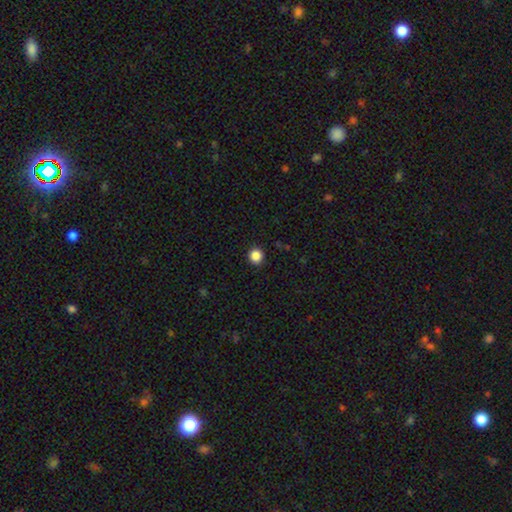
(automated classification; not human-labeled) A smooth galaxy with no disk features (87%) that is round (92%).

Vote fractions:
- Smooth or featured? smooth: 87% / star or artifact: 11% / featured or disk: 3%
- How rounded? round: 92% / in between: 7% / cigar-shaped: 1%
- Merging? none: 92% / minor disturbance: 5% / major disturbance: 2% / merger: 1%